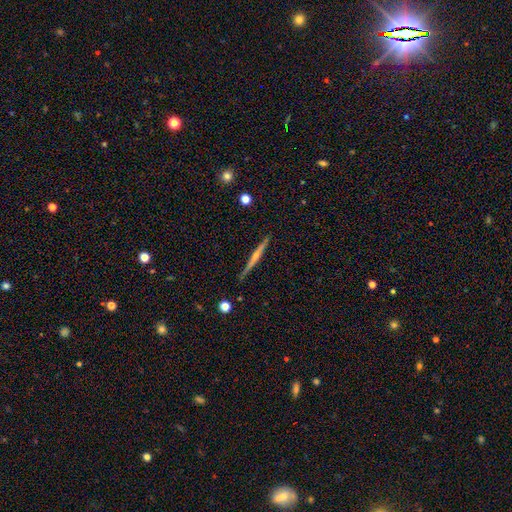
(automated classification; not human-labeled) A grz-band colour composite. It shows a featured or disk galaxy (73%) viewed edge-on (98%) with a rounded central bulge (66%). Merging: none (91%).